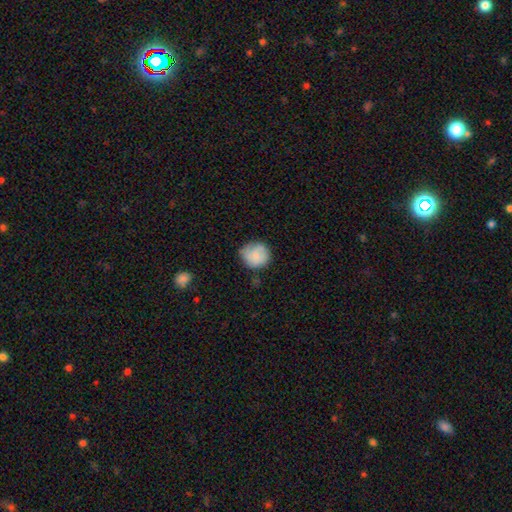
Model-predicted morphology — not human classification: smooth 81%, featured or disk 11%, star or artifact 7%. Down the decision tree: how rounded — round (87%); merging — none (68%).